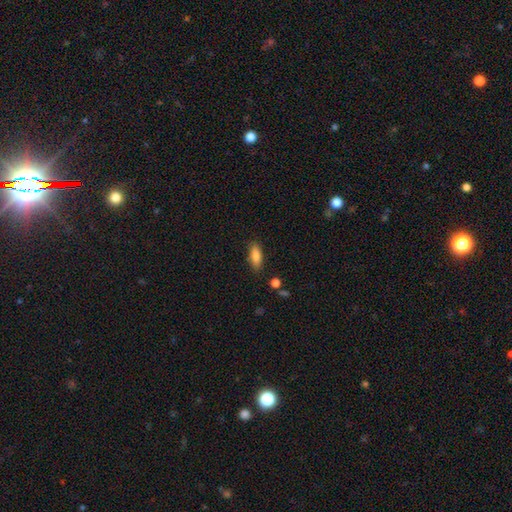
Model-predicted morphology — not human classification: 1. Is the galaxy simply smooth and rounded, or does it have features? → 83% smooth, 9% featured or disk, 7% star or artifact.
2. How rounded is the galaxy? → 73% in between, 25% cigar-shaped, 3% round.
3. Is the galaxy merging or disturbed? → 84% none, 12% minor disturbance, 3% major disturbance, 2% merger.